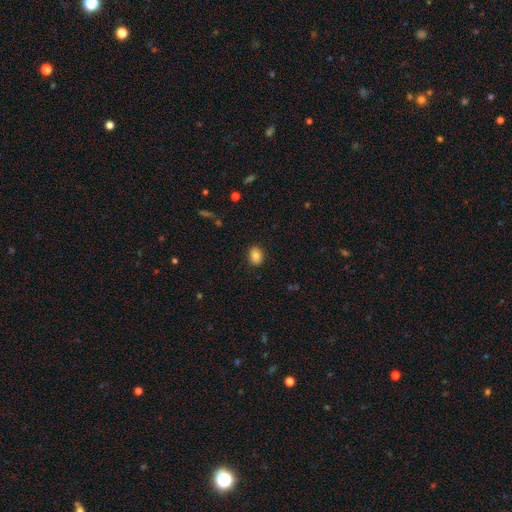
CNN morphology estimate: Smooth or featured? Predicted: smooth (p=0.84). How rounded? Predicted: in between (p=0.60). Merging? Predicted: none (p=0.88).